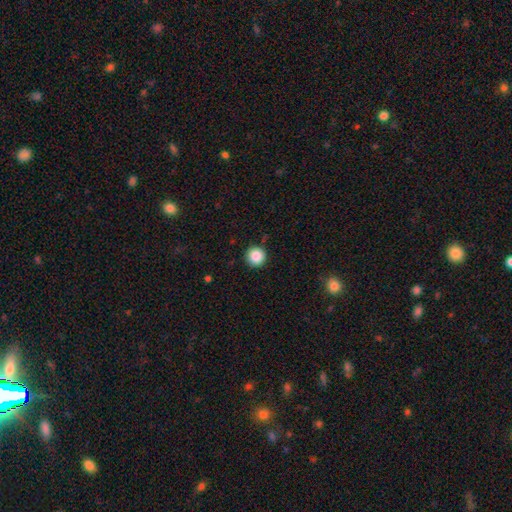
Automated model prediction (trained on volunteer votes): Morphology: type=smooth (87%); roundness=round (96%); merging=none (91%).